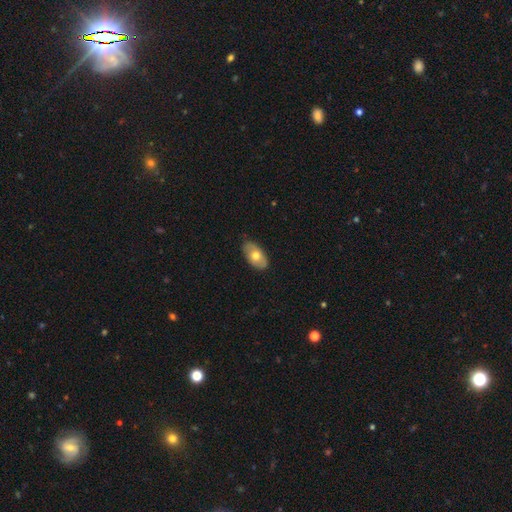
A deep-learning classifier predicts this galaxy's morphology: Smooth or featured?
  - smooth: 63% *
  - featured or disk: 31%
  - star or artifact: 6%
How rounded?
  - in between: 93% *
  - round: 5%
  - cigar-shaped: 2%
Merging?
  - none: 82% *
  - minor disturbance: 15%
  - major disturbance: 2%
  - merger: 1%